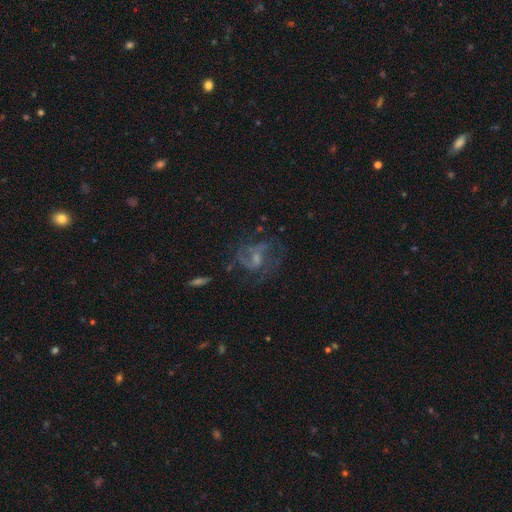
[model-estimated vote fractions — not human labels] smooth-or-featured: featured or disk: 71% | smooth: 15% | star or artifact: 14%
  disk-edge-on: no: 97% | yes: 3%
    bar: no: 45% (tied) | weak: 45% (tied) | strong: 10%
    has-spiral-arms: yes: 83% | no: 17%
      spiral-winding: medium: 48% | loose: 30% | tight: 22%
      spiral-arm-count: 2: 50% | can't tell: 23% | 3: 11% | 1: 10% | 4: 3% | more than 4: 3%
    bulge-size: small: 46% | moderate: 33% | none: 16% | large: 4% | dominant: 1%
  merging: none: 55% | major disturbance: 24% | minor disturbance: 18% | merger: 3%